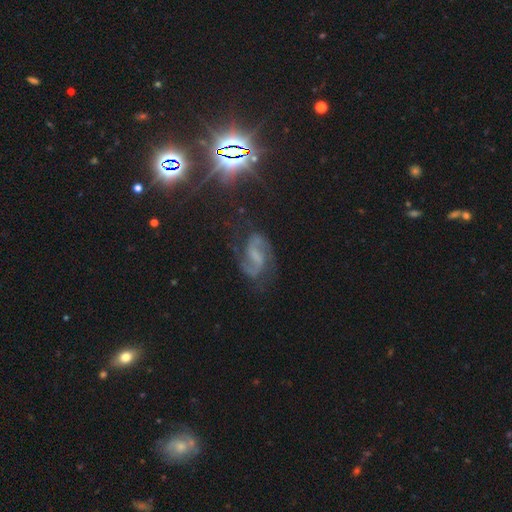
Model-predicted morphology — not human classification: type=featured or disk (82%); edge-on=no (97%); bar=weak (47%); spiral arms=yes (96%); winding=medium (49%); arm count=2 (91%); bulge=none (54%); merging=none (72%).